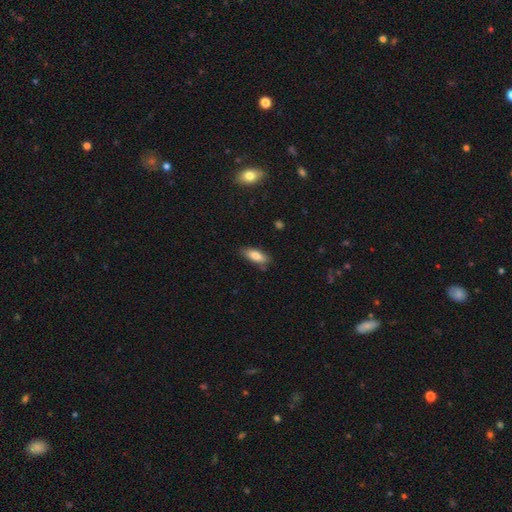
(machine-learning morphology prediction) This is likely a smooth galaxy (79%). How rounded: likely in between (72%). Merging: likely none (77%).